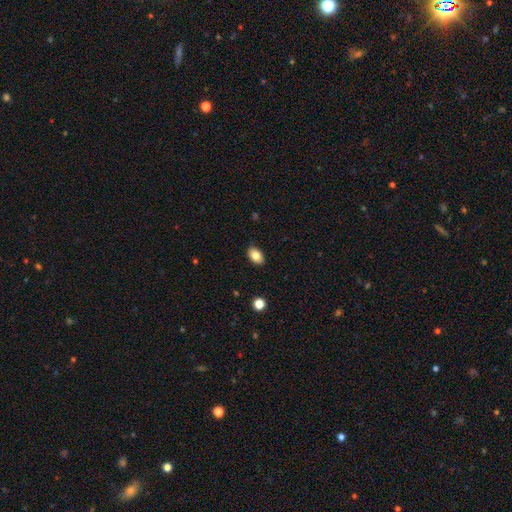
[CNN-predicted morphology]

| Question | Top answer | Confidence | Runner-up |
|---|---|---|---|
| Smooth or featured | smooth | 83% | featured or disk (9%) |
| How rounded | in between | 88% | round (11%) |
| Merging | none | 87% | minor disturbance (10%) |